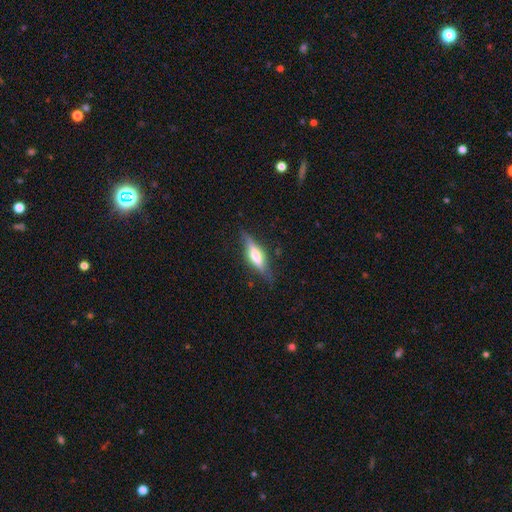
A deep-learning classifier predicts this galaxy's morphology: smooth_or_featured: featured or disk (p=0.60) [alt: smooth p=0.33]
disk_edge_on: yes (p=0.93) [alt: no p=0.07]
edge_on_bulge: rounded (p=0.76) [alt: boxy p=0.19]
merging: none (p=0.78) [alt: minor disturbance p=0.16]